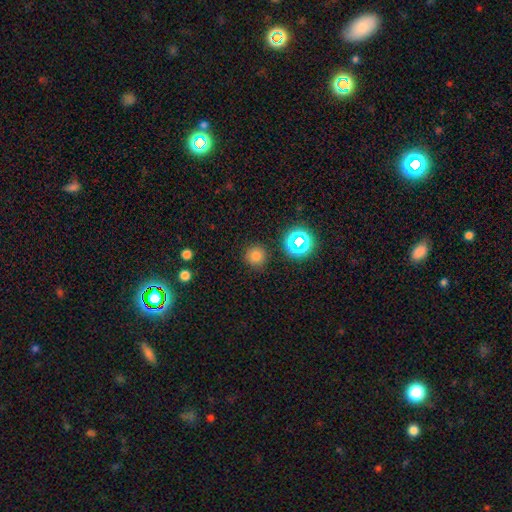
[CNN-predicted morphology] smooth 75%, star or artifact 19%, featured or disk 6%. Down the decision tree: how rounded — round (95%); merging — none (88%).